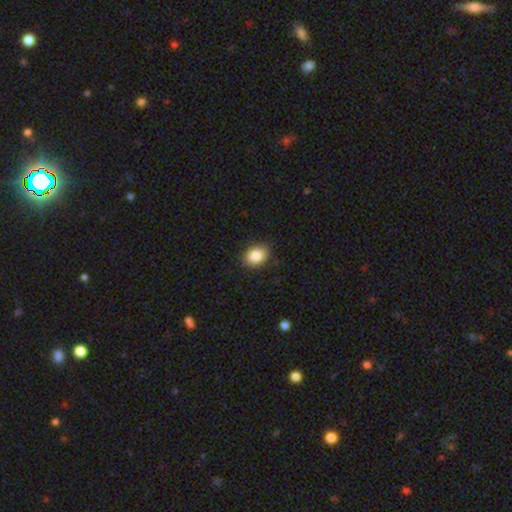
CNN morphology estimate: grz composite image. It shows a smooth galaxy with no disk features (86%) that is in between round and cigar-shaped (66%). Merging: none (87%).